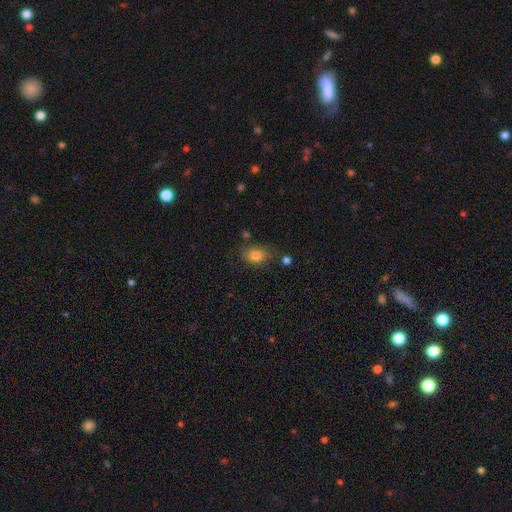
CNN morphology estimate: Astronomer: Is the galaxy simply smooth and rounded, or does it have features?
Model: smooth — 82%.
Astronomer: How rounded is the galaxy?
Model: in between — 67%.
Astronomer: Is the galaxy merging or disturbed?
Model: none — 72%.